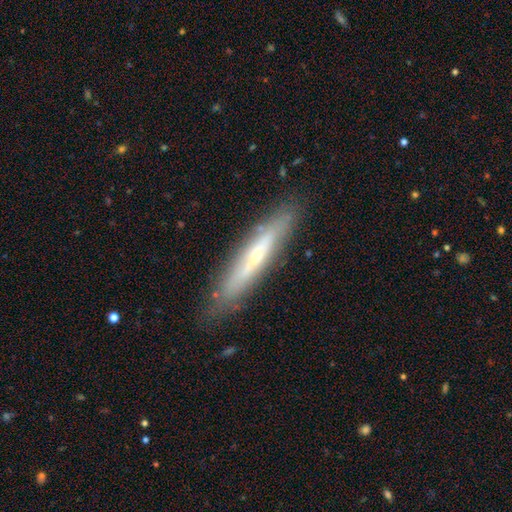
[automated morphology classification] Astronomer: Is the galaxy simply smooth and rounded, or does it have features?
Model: featured or disk — 56% (runner-up: smooth, 37%).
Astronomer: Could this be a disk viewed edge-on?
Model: yes — 81%.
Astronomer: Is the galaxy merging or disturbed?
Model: none — 83%.